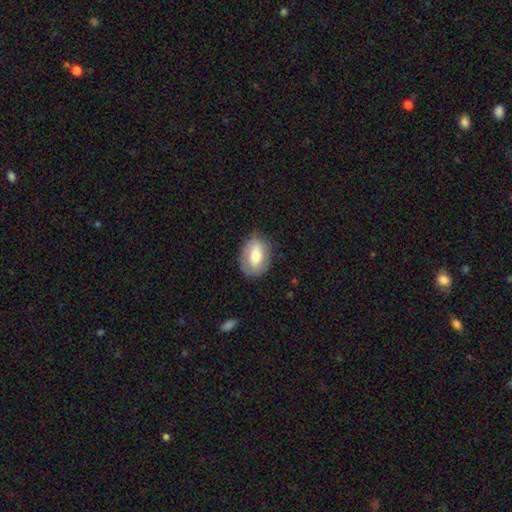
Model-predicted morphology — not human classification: smooth_or_featured: smooth (p=0.67) [alt: featured or disk p=0.26]
how_rounded: in between (p=0.82) [alt: round p=0.17]
merging: none (p=0.76) [alt: minor disturbance p=0.17]